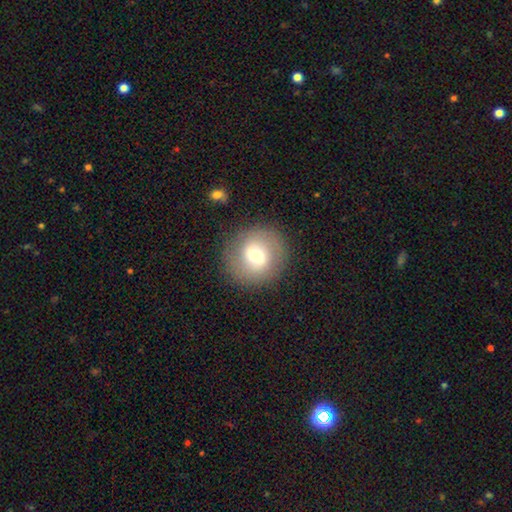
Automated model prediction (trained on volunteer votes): A smooth galaxy with no disk features (62%) that is round (93%). Merging: none (87%).